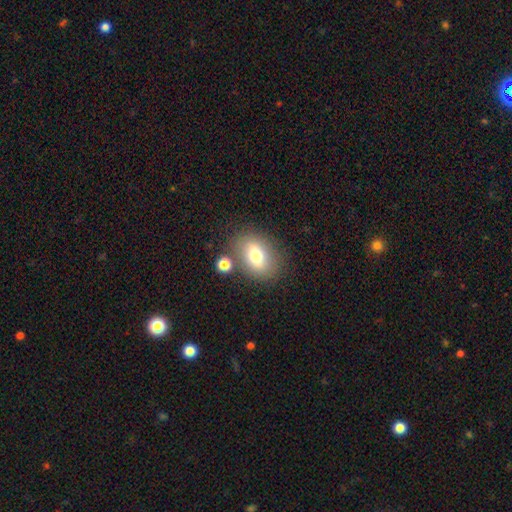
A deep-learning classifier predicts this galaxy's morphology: This appears to be a smooth galaxy with no disk features (69%) that is in between round and cigar-shaped (69%). Merging: none (73%).